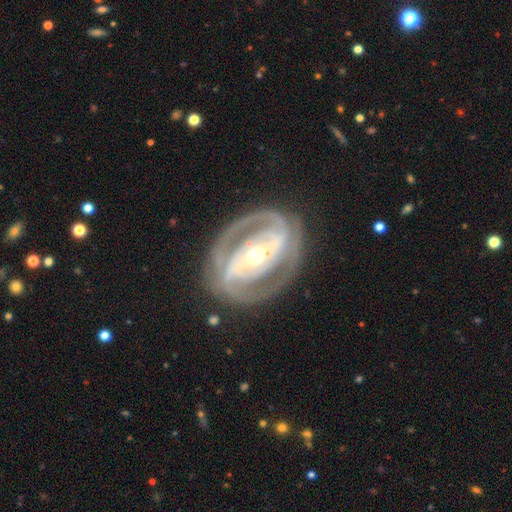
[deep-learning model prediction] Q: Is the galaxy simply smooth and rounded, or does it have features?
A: featured or disk — 89%.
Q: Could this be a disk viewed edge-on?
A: no — 96%.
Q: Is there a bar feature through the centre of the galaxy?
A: strong — 59%.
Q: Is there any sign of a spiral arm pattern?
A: yes — 92%.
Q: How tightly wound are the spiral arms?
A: tight — 58%.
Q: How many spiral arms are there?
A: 2 — 75%.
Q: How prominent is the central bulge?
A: moderate — 59%.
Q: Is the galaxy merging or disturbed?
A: none — 77%.